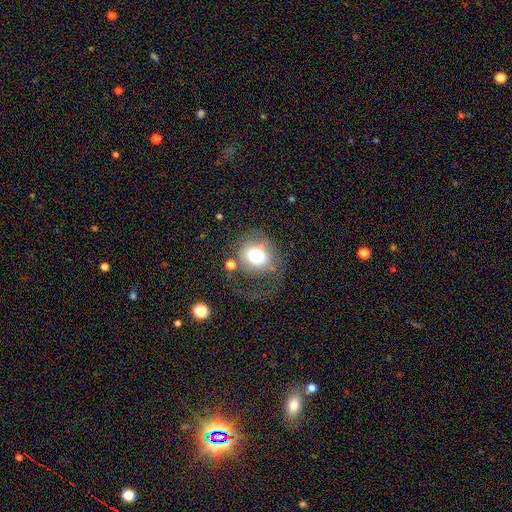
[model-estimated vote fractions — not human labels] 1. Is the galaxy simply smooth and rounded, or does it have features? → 61% smooth, 29% featured or disk, 11% star or artifact.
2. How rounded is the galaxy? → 63% round, 36% in between, 1% cigar-shaped.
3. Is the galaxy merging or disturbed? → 40% major disturbance, 33% none, 20% minor disturbance, 7% merger.